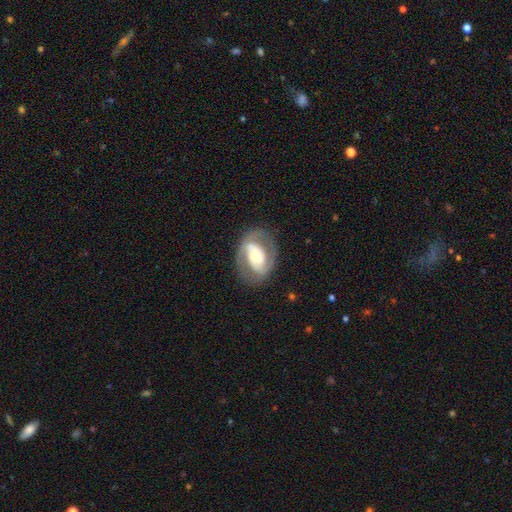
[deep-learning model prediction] This appears to be a featured or disk galaxy (75%) with no bar (41%), 2 (80%) medium (43%) spiral arms (74%) and a moderate central bulge (56%). Merging: none (75%).